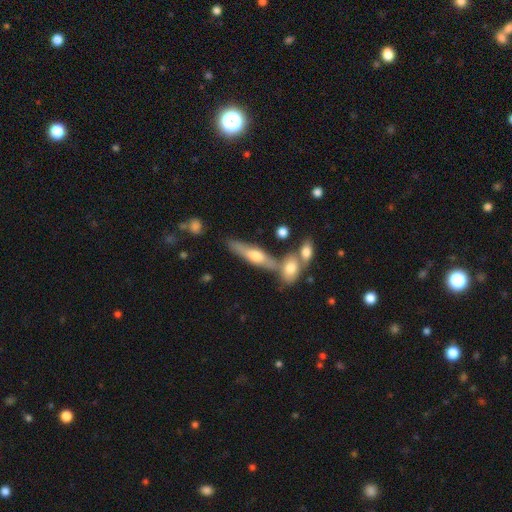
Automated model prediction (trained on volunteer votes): Smooth or featured?
  - smooth: 48% *
  - featured or disk: 46%
  - star or artifact: 6%
Merging?
  - none: 55% *
  - merger: 28%
  - minor disturbance: 12%
  - major disturbance: 4%